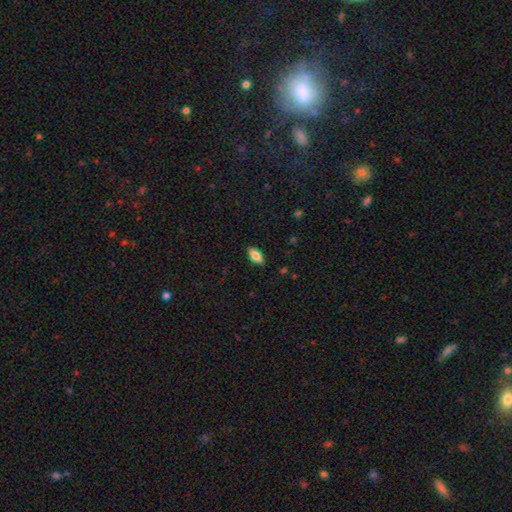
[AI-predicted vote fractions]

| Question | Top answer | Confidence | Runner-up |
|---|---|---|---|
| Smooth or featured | smooth | 74% | featured or disk (18%) |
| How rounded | in between | 87% | cigar-shaped (10%) |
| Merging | none | 87% | minor disturbance (10%) |